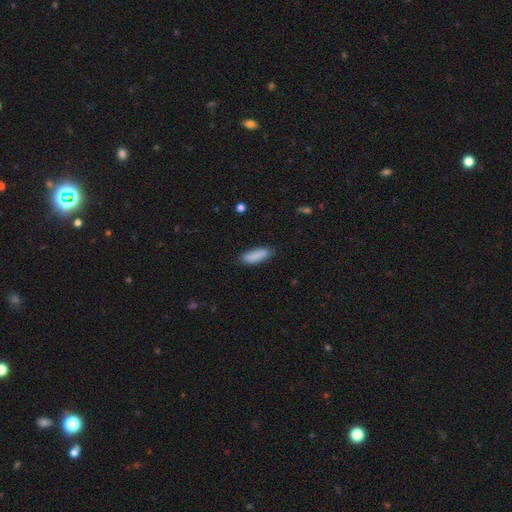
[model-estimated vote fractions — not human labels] The model was most divided on "how rounded": in between: 57%, cigar-shaped: 41%, round: 2%. More confident: smooth or featured — smooth (88%); merging — none (84%).